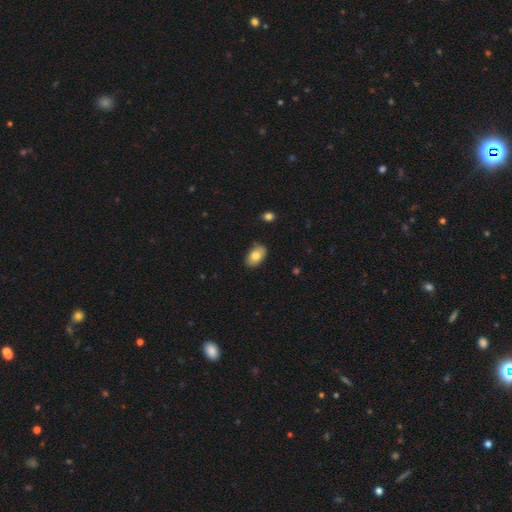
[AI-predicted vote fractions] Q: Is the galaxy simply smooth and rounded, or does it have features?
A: smooth — 79%.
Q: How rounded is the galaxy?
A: in between — 92%.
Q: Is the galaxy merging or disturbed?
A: none — 85%.